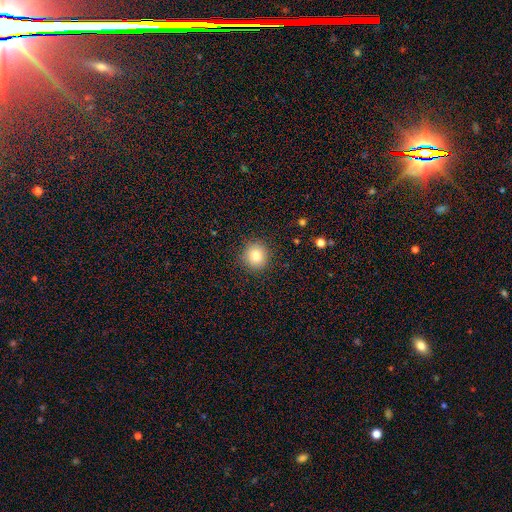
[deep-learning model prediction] smooth-or-featured: smooth: 82% | star or artifact: 10% | featured or disk: 7%
  how-rounded: round: 89% | in between: 11% | cigar-shaped: 1%
  merging: none: 90% | minor disturbance: 7% | major disturbance: 2% | merger: 1%